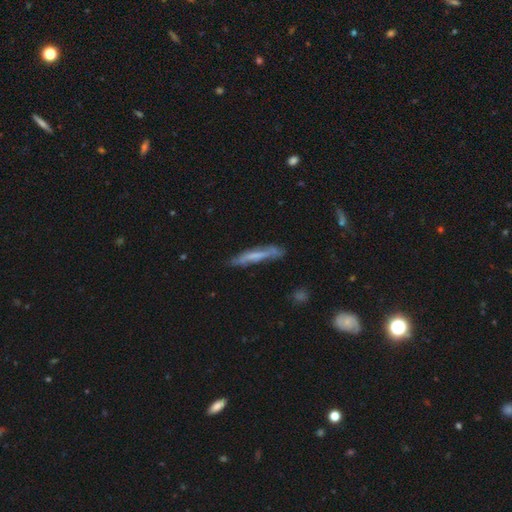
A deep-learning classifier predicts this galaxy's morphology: A smooth galaxy with no disk features (46%, tied with featured or disk).

Vote fractions:
- Smooth or featured? smooth: 46% (tied) / featured or disk: 46% (tied) / star or artifact: 8%
- Merging? none: 68% / minor disturbance: 22% / major disturbance: 7% / merger: 3%